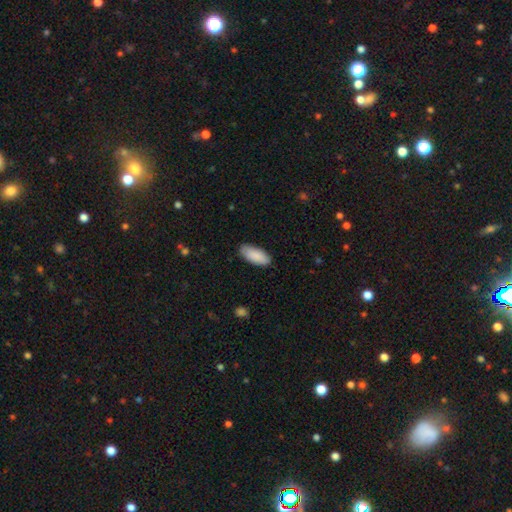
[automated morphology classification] Smooth or featured?
  - smooth: 90% *
  - star or artifact: 6%
  - featured or disk: 5%
How rounded?
  - in between: 86% *
  - cigar-shaped: 13%
  - round: 2%
Merging?
  - none: 85% *
  - minor disturbance: 12%
  - major disturbance: 2%
  - merger: 1%